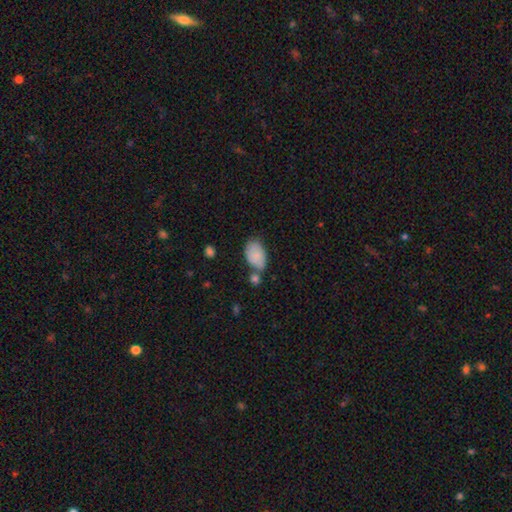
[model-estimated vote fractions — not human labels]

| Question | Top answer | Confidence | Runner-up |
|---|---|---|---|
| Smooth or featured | smooth | 82% | featured or disk (11%) |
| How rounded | in between | 91% | round (7%) |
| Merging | none | 50% | minor disturbance (22%) |